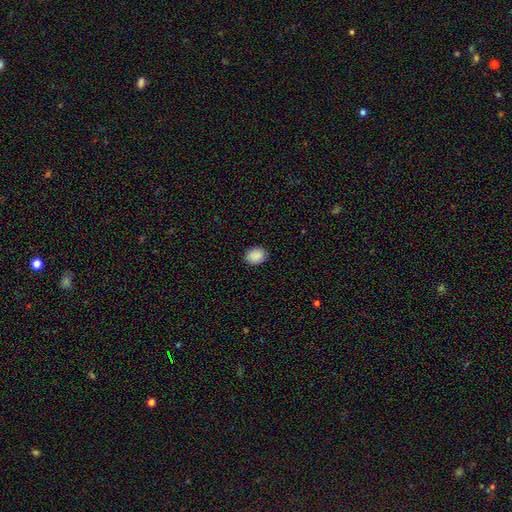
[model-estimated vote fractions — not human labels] Smooth or featured? smooth (90%)
How rounded? in between (57%)
Merging? none (89%)